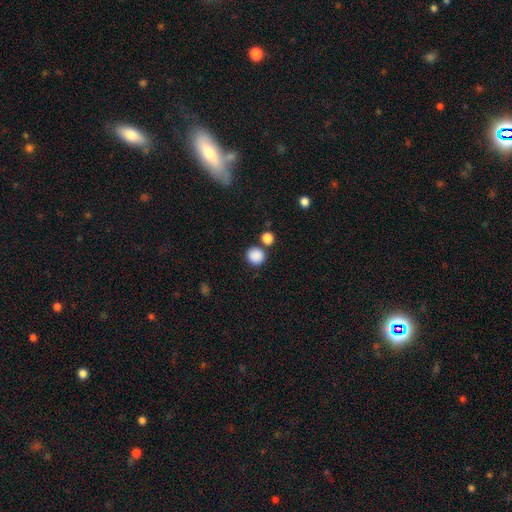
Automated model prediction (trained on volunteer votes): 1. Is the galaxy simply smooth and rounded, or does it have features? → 87% smooth, 10% star or artifact, 3% featured or disk.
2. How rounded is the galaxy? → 90% round, 9% in between, 1% cigar-shaped.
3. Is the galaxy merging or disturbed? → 77% none, 11% merger, 8% minor disturbance, 3% major disturbance.